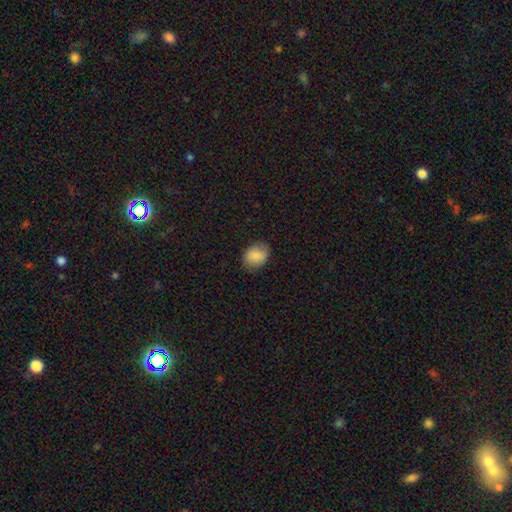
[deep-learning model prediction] This appears to be a smooth galaxy with no disk features (84%) that is in between round and cigar-shaped (59%). Merging: none (80%).